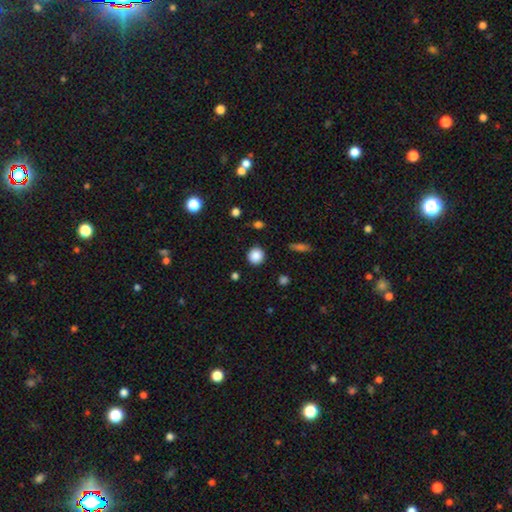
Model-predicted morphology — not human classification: This is clearly a smooth galaxy (87%). How rounded: clearly round (93%). Merging: clearly none (90%).